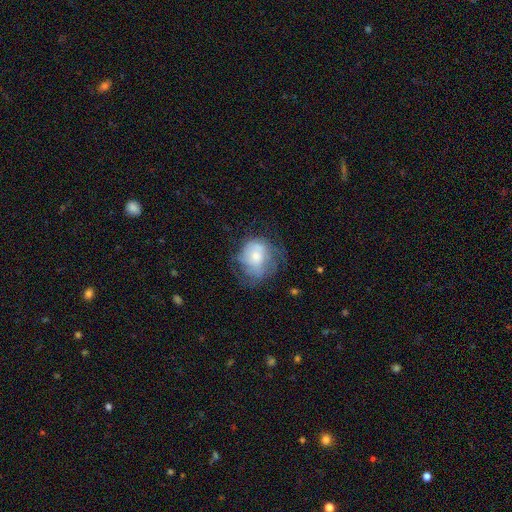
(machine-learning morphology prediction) This appears to be a smooth galaxy with no disk features (47%). Merging: none (44%).